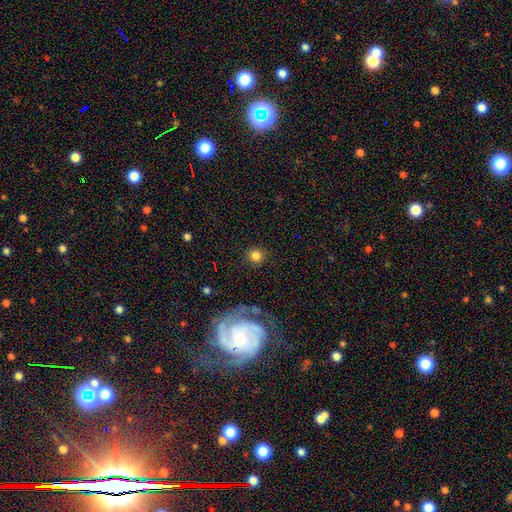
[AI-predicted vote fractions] Smooth or featured: smooth — 81% (star or artifact — 11%)
How rounded: round — 93% (in between — 6%)
Merging: none — 88% (minor disturbance — 6%)